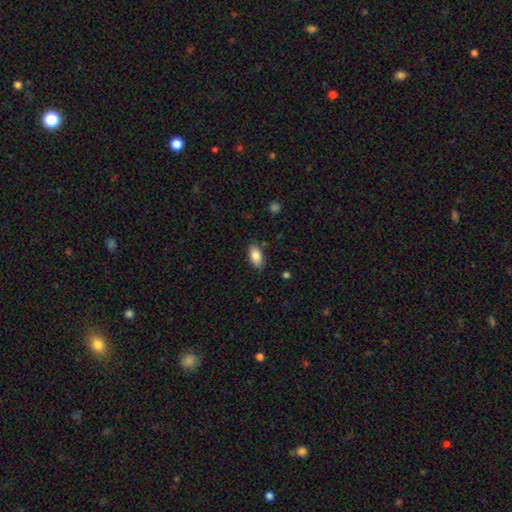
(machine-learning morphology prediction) Q: Smooth or featured?
A: smooth (86%); runner-up: star or artifact (7%)
Q: How rounded?
A: in between (92%); runner-up: cigar-shaped (4%)
Q: Merging?
A: none (84%); runner-up: minor disturbance (12%)